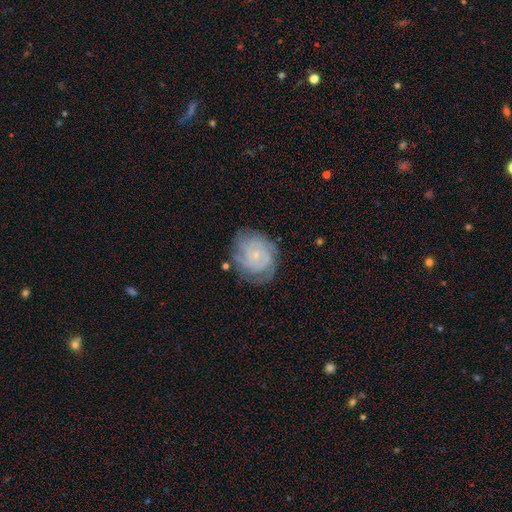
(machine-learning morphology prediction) Q: Smooth or featured?
A: featured or disk (77%); runner-up: smooth (16%)
Q: Edge-on disk?
A: no (98%); runner-up: yes (2%)
Q: Bar?
A: no (77%); runner-up: weak (19%)
Q: Spiral arms?
A: yes (93%); runner-up: no (7%)
Q: Spiral winding?
A: tight (74%); runner-up: medium (21%)
Q: Spiral arm count?
A: can't tell (36%); runner-up: 3 (20%)
Q: Bulge size?
A: small (81%); runner-up: moderate (11%)
Q: Merging?
A: none (71%); runner-up: minor disturbance (19%)